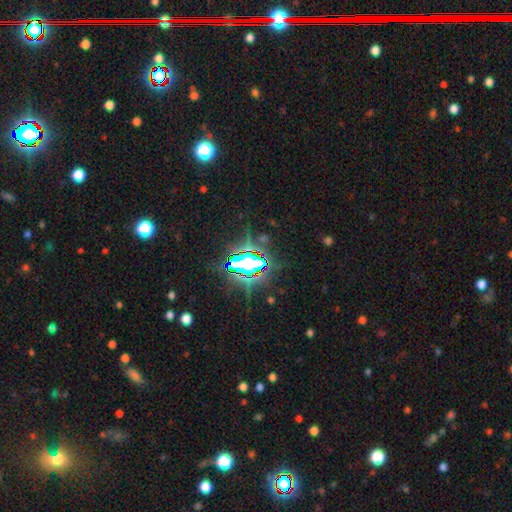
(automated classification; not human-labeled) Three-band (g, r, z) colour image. It shows a star or artifact, not a galaxy (82%).